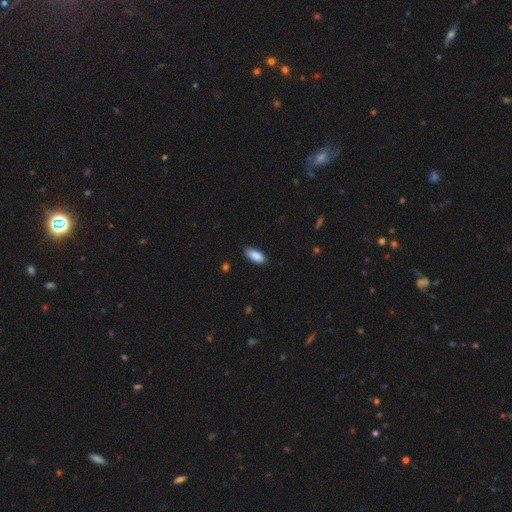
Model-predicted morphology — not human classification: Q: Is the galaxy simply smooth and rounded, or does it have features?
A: smooth — 87%.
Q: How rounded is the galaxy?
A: in between — 86%.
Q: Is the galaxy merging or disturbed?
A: none — 87%.